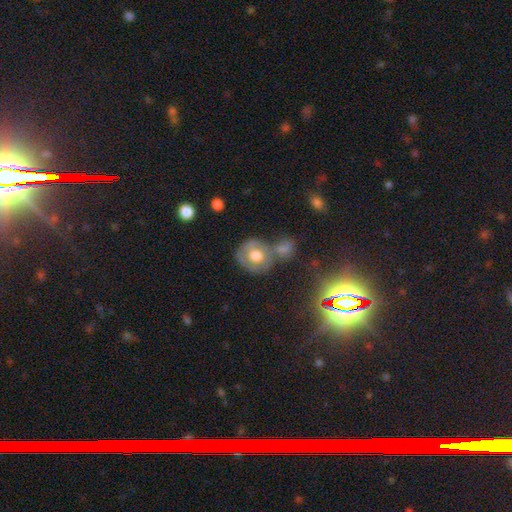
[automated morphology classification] Overall: smooth (50%; featured or disk 41%). How rounded: round (77%). Merging: none (44%; merger 29%).